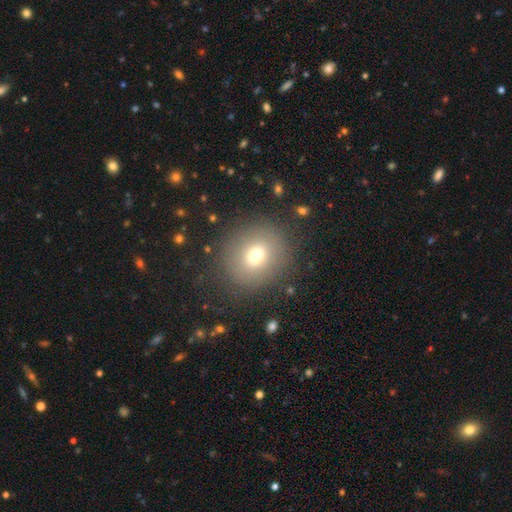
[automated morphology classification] Smooth or featured? smooth (70%)
How rounded? round (84%)
Merging? none (83%)